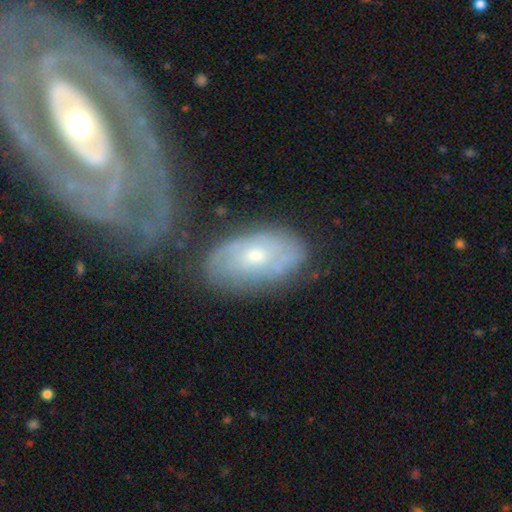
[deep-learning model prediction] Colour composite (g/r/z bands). It shows a featured or disk galaxy (60%) with no bar (74%), spiral arms (68%) and a moderate central bulge (53%). Merging: none (66%).